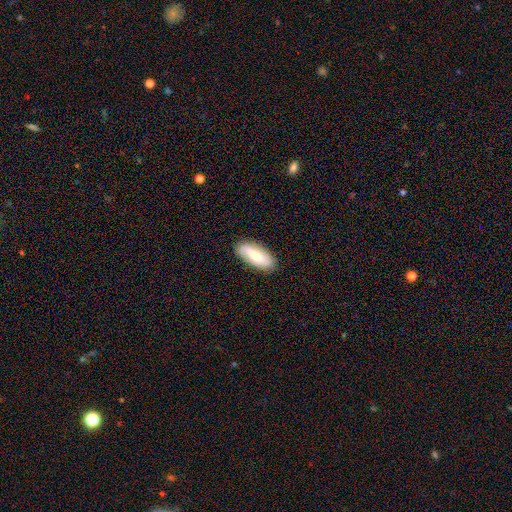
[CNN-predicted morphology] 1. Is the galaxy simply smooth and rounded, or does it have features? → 61% smooth, 33% featured or disk, 6% star or artifact.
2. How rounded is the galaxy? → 78% in between, 20% cigar-shaped, 3% round.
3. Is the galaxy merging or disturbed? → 87% none, 10% minor disturbance, 2% major disturbance, 1% merger.